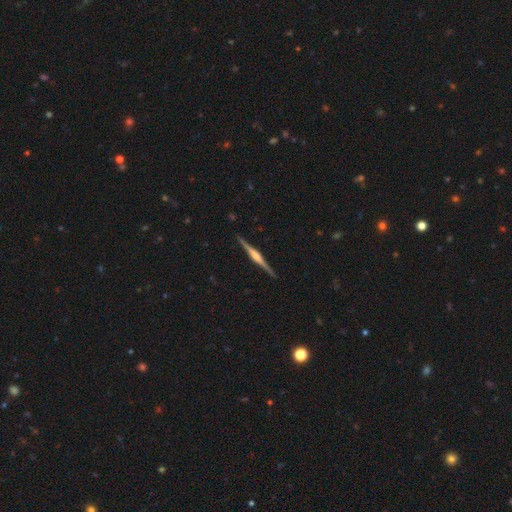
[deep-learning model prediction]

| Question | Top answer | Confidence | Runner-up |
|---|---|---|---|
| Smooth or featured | featured or disk | 81% | smooth (14%) |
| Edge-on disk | yes | 99% | no (1%) |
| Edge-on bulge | rounded | 59% | boxy (32%) |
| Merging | none | 91% | minor disturbance (6%) |